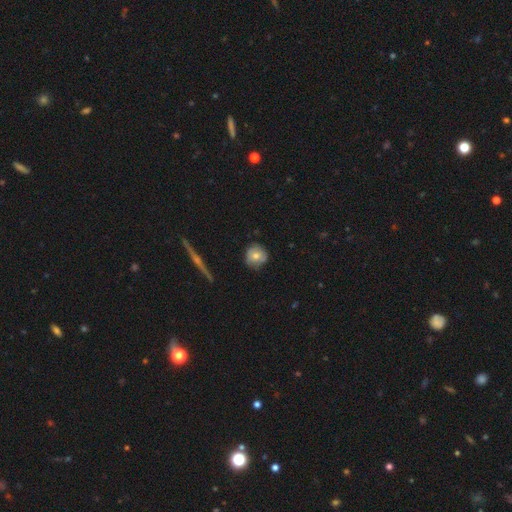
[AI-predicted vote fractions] This is likely a smooth galaxy (62%). How rounded: clearly round (89%). Merging: likely none (73%).